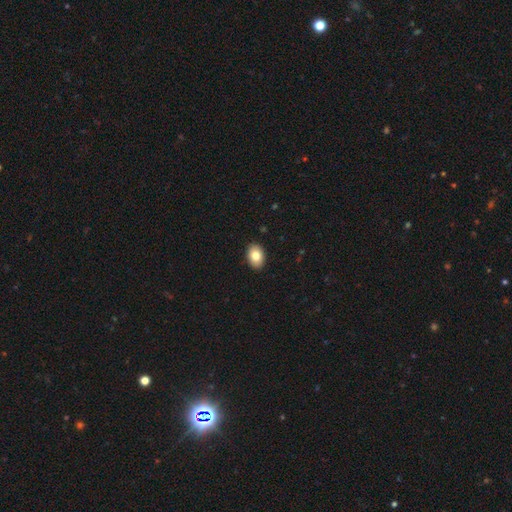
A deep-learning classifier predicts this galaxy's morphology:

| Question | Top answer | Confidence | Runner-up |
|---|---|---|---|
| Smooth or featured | smooth | 82% | featured or disk (10%) |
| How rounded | in between | 84% | round (15%) |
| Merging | none | 91% | minor disturbance (7%) |